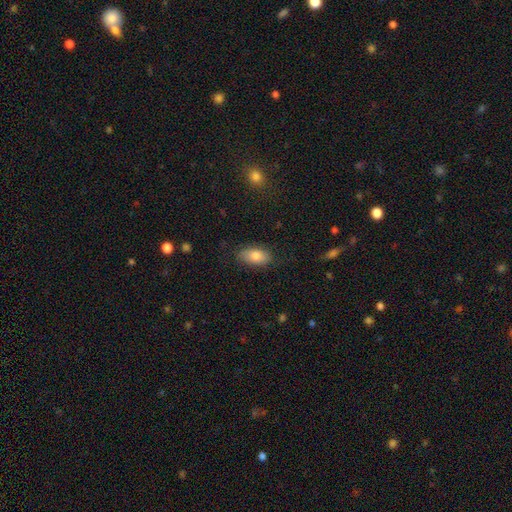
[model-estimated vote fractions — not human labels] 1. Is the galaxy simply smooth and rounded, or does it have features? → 82% smooth, 11% featured or disk, 7% star or artifact.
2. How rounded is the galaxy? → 92% in between, 5% cigar-shaped, 4% round.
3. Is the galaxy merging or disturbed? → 81% none, 15% minor disturbance, 3% major disturbance, 1% merger.